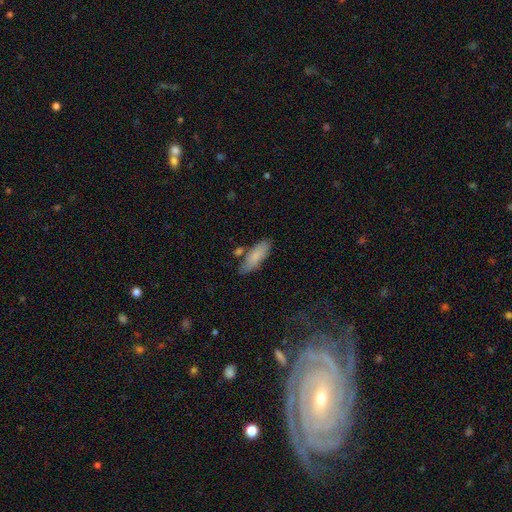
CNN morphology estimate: Smooth or featured?
  - smooth: 81% *
  - featured or disk: 13%
  - star or artifact: 6%
How rounded?
  - in between: 63% *
  - cigar-shaped: 35%
  - round: 2%
Merging?
  - none: 70% *
  - minor disturbance: 17%
  - merger: 9%
  - major disturbance: 4%